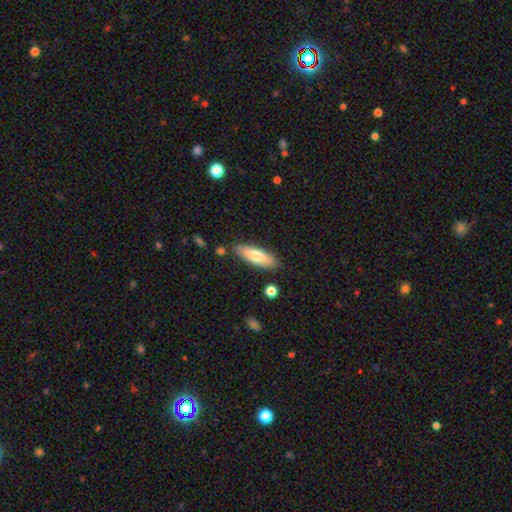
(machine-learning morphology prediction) Smooth or featured?
  - smooth: 73% *
  - featured or disk: 21%
  - star or artifact: 6%
How rounded?
  - in between: 53% *
  - cigar-shaped: 45%
  - round: 2%
Merging?
  - none: 84% *
  - minor disturbance: 11%
  - merger: 3%
  - major disturbance: 2%